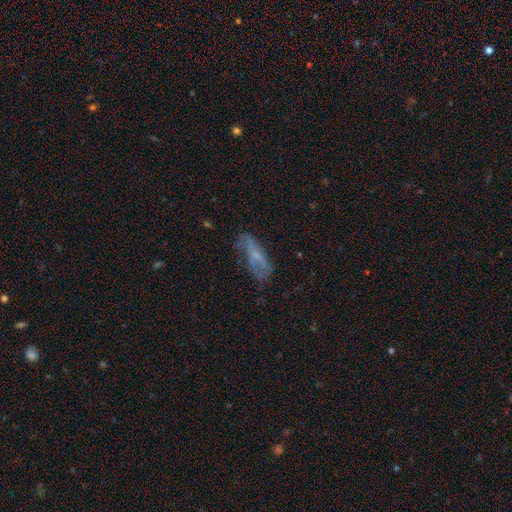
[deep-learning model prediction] featured or disk 49%, smooth 41%, star or artifact 10%. Down the decision tree: merging — none (49%).